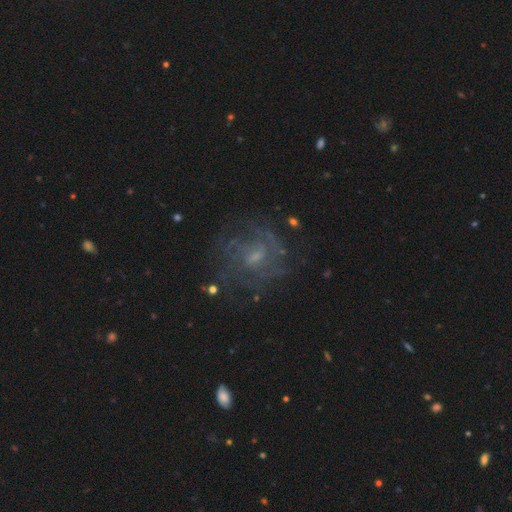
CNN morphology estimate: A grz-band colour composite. It shows a featured or disk galaxy (73%) with a weak bar (48%), tight (44%) spiral arms (81%) and a small central bulge (55%). Merging: none (68%).